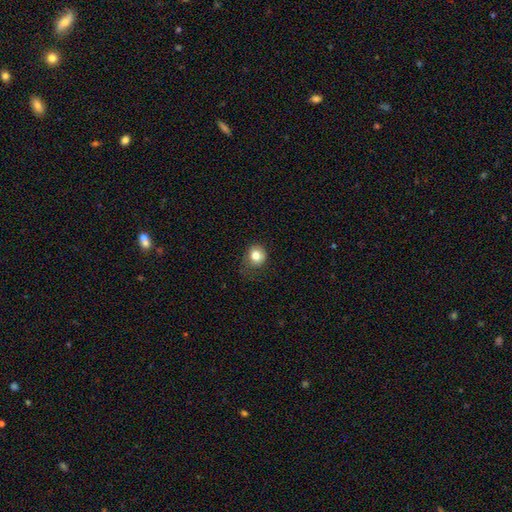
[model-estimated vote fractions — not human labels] Q: Smooth or featured?
A: smooth (81%); runner-up: star or artifact (11%)
Q: How rounded?
A: round (81%); runner-up: in between (18%)
Q: Merging?
A: none (65%); runner-up: minor disturbance (24%)